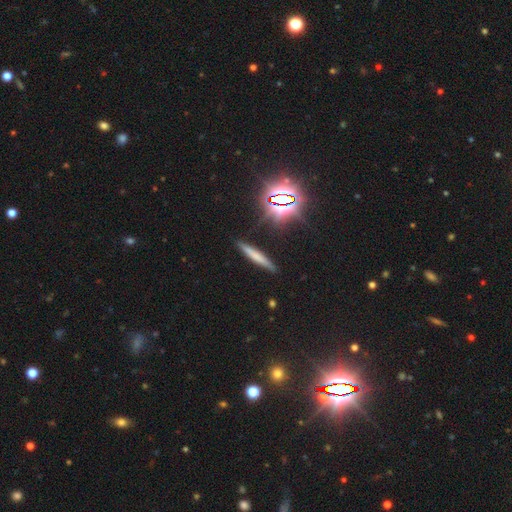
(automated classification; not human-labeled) A smooth galaxy with no disk features (56%) that is cigar-shaped (92%).

Vote fractions:
- Smooth or featured? smooth: 56% / featured or disk: 27% / star or artifact: 17%
- How rounded? cigar-shaped: 92% / in between: 6% / round: 2%
- Merging? none: 86% / minor disturbance: 9% / major disturbance: 2% / merger: 2%